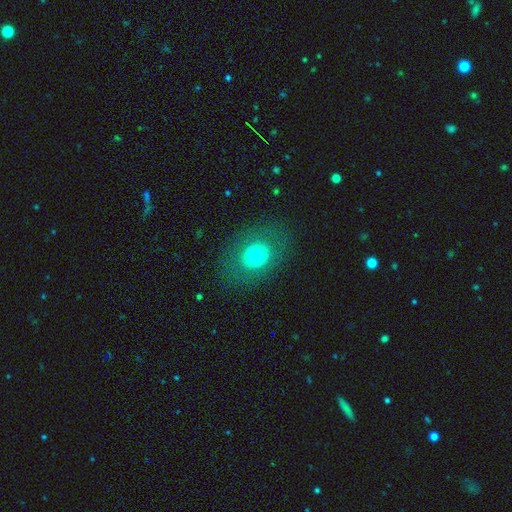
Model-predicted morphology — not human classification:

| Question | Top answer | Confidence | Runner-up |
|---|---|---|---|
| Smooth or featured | smooth | 65% | featured or disk (24%) |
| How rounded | round | 53% | in between (46%) |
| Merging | none | 80% | minor disturbance (11%) |